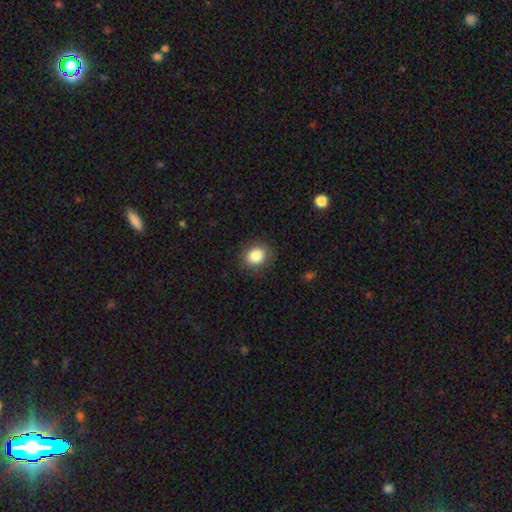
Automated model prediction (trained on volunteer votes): Q: Smooth or featured?
A: smooth (85%); runner-up: star or artifact (9%)
Q: How rounded?
A: round (77%); runner-up: in between (22%)
Q: Merging?
A: none (87%); runner-up: minor disturbance (9%)